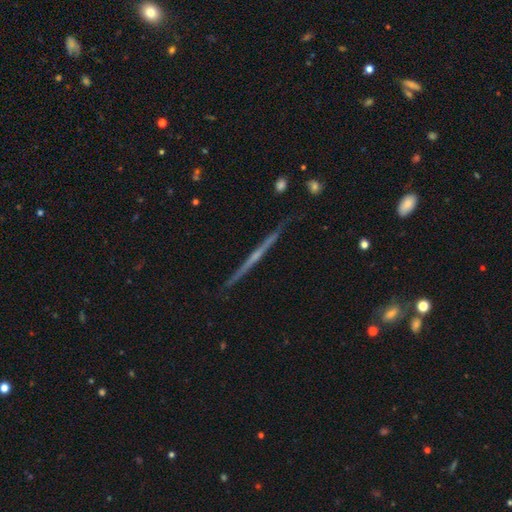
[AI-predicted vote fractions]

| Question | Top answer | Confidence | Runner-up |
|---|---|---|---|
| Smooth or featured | featured or disk | 77% | smooth (16%) |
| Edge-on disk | yes | 98% | no (2%) |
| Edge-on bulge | none | 50% | rounded (43%) |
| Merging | none | 89% | minor disturbance (8%) |